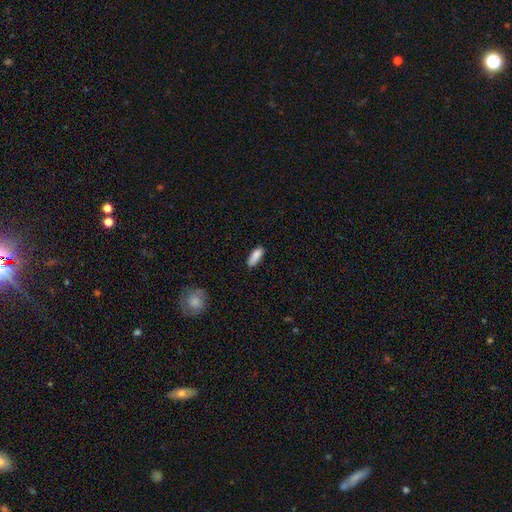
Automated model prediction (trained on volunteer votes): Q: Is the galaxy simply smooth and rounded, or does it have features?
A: smooth — 88%.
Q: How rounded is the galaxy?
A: in between — 67%.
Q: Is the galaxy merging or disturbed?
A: none — 80%.